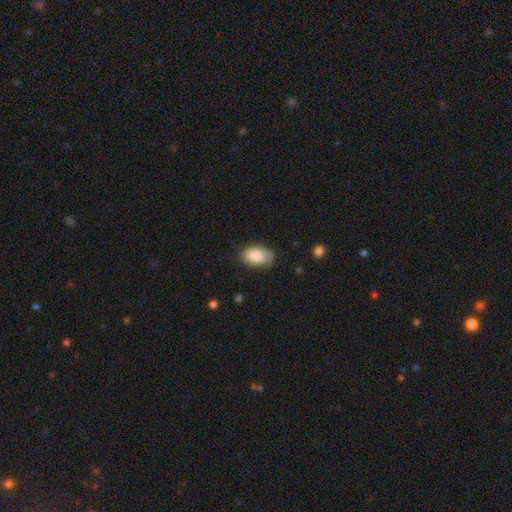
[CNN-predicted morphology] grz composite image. It shows a smooth galaxy with no disk features (86%) that is in between round and cigar-shaped (93%). Merging: none (75%).